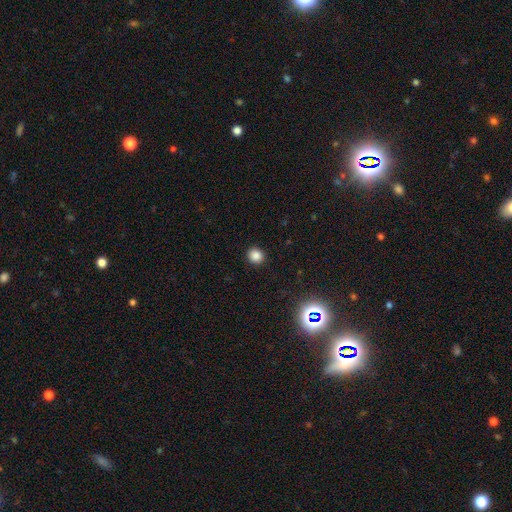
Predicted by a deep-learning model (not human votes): Q: Smooth or featured?
A: smooth (84%); runner-up: star or artifact (13%)
Q: How rounded?
A: round (84%); runner-up: in between (15%)
Q: Merging?
A: none (92%); runner-up: minor disturbance (5%)